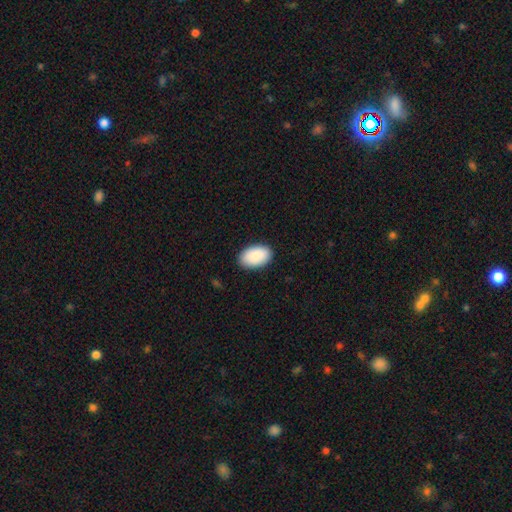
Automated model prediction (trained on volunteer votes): Smooth or featured? Predicted: smooth (p=0.91). How rounded? Predicted: in between (p=0.94). Merging? Predicted: none (p=0.89).